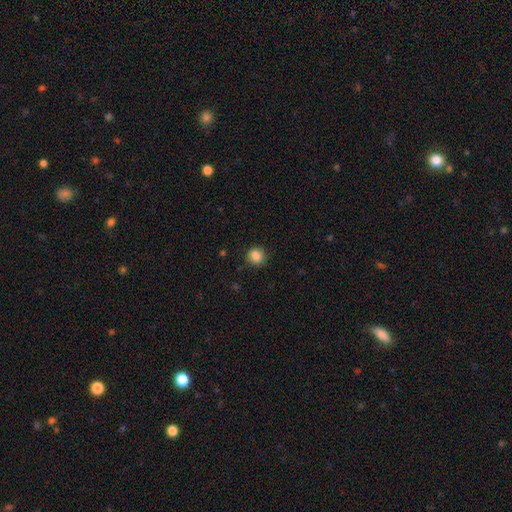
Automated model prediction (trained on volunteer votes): Smooth or featured? smooth (86%)
How rounded? round (84%)
Merging? none (87%)